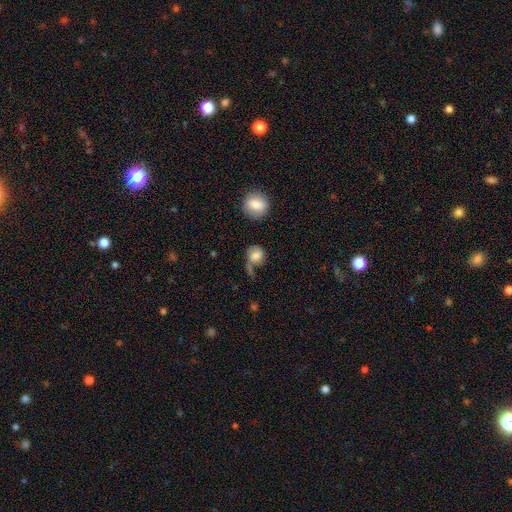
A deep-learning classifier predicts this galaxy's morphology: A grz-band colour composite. It shows a smooth galaxy with no disk features (64%) that is round (64%). Merging: major disturbance (33%).